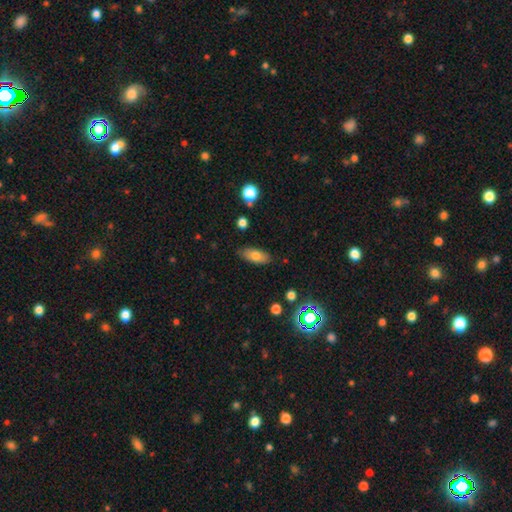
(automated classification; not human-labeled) smooth-or-featured: smooth: 75% | featured or disk: 16% | star or artifact: 8%
  how-rounded: in between: 83% | cigar-shaped: 14% | round: 3%
  merging: none: 84% | minor disturbance: 12% | major disturbance: 3% | merger: 2%